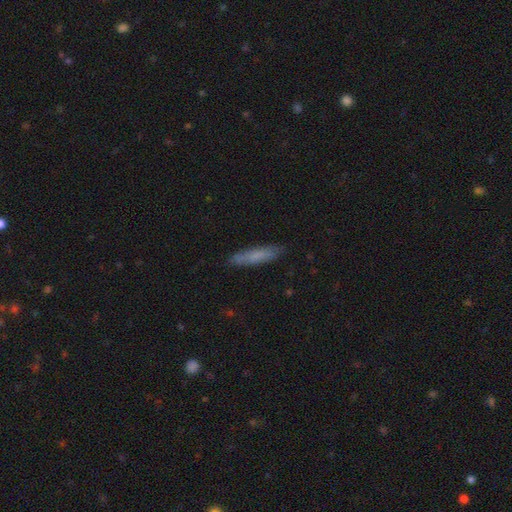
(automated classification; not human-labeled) Overall: smooth (70%). How rounded: cigar-shaped (89%). Merging: none (86%).